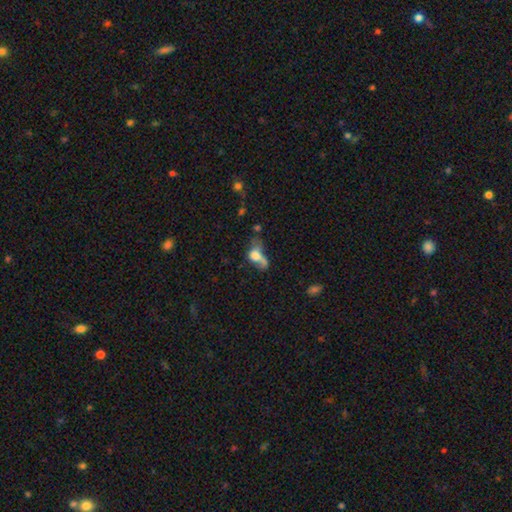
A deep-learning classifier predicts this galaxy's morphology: Smooth or featured? Predicted: smooth (p=0.61). How rounded? Predicted: in between (p=0.64). Merging? Predicted: major disturbance (p=0.35).